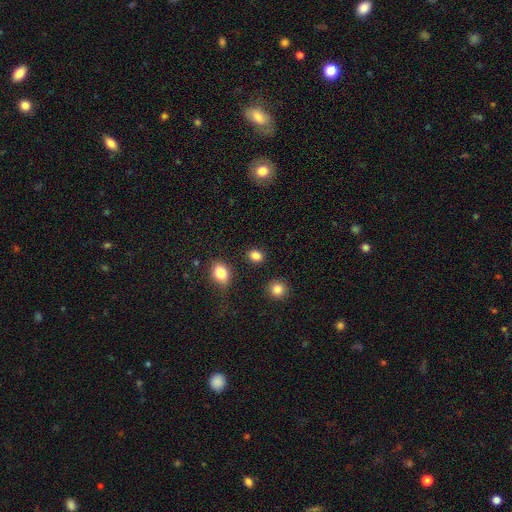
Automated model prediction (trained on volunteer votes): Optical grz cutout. It shows a smooth galaxy with no disk features (85%) that is in between round and cigar-shaped (61%). Merging: none (86%).